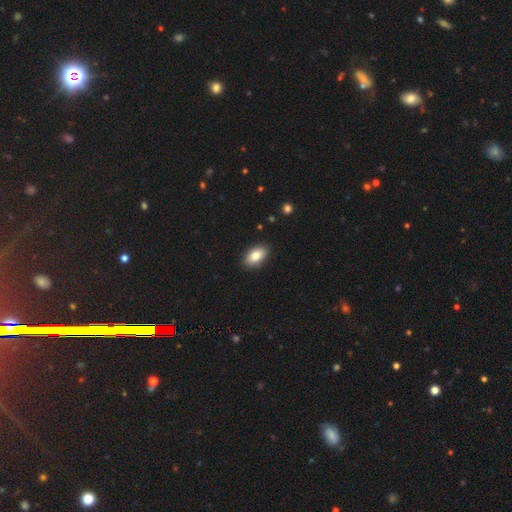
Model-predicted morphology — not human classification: Smooth or featured? smooth (83%)
How rounded? in between (93%)
Merging? none (89%)